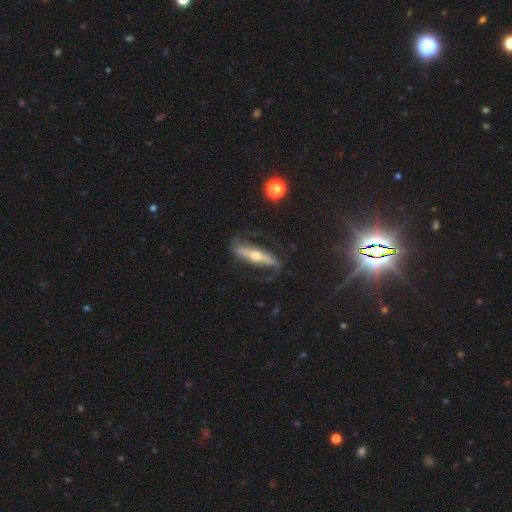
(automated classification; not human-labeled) Smooth or featured?
  - featured or disk: 80% *
  - smooth: 14%
  - star or artifact: 6%
Edge-on disk?
  - no: 55% *
  - yes: 45%
Merging?
  - none: 66% *
  - minor disturbance: 18%
  - major disturbance: 14%
  - merger: 2%